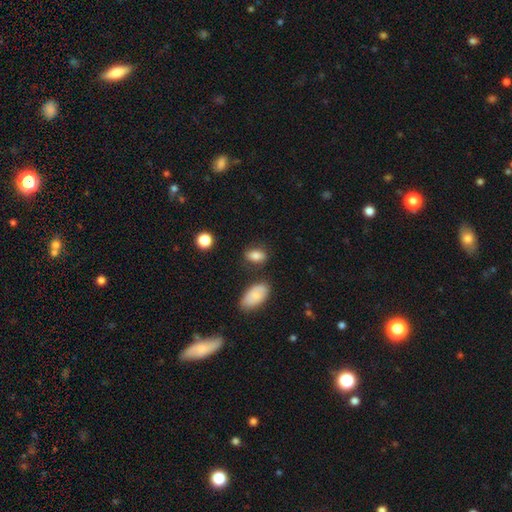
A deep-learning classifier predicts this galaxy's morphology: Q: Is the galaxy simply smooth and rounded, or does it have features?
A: smooth — 81%.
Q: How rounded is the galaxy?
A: in between — 84%.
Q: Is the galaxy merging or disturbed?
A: none — 75%.